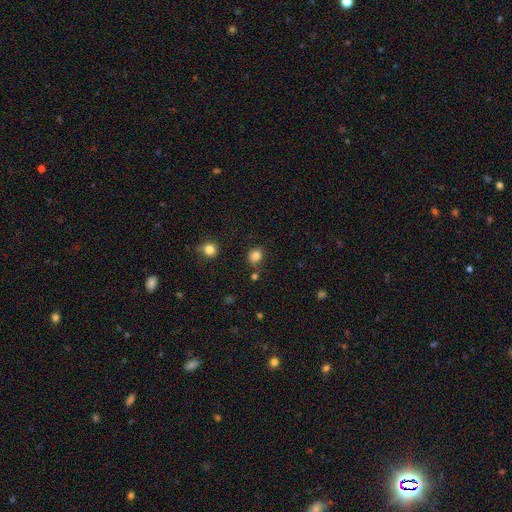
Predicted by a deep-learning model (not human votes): Smooth or featured: smooth — 83% (star or artifact — 12%)
How rounded: round — 66% (in between — 33%)
Merging: none — 76% (minor disturbance — 14%)